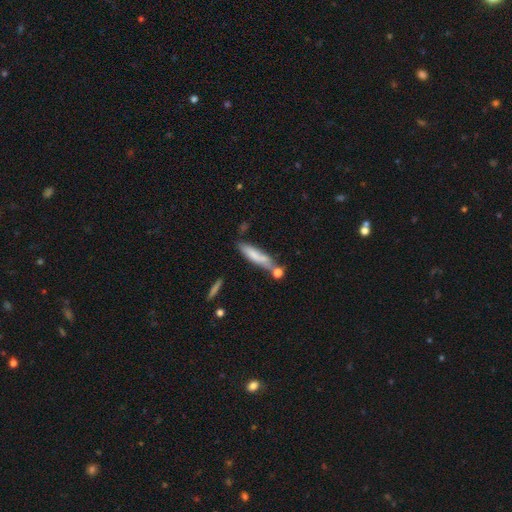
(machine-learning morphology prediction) type=smooth (69%); roundness=cigar-shaped (78%); merging=none (51%).